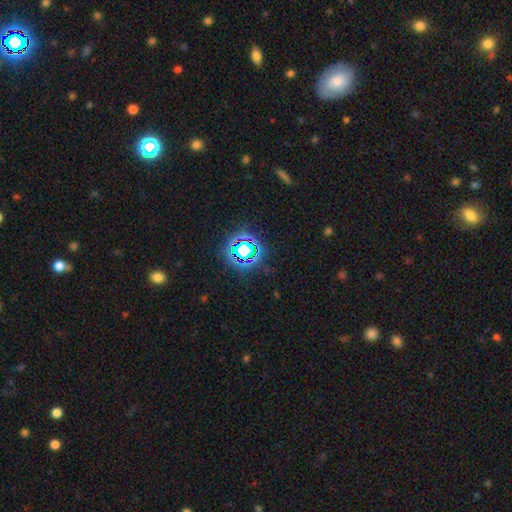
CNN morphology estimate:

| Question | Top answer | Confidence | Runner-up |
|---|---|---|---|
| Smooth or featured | star or artifact | 72% | smooth (20%) |